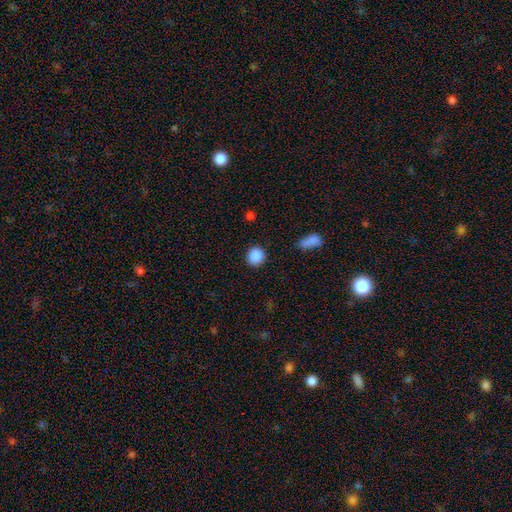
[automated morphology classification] Q: Smooth or featured?
A: smooth (88%); runner-up: star or artifact (8%)
Q: How rounded?
A: round (85%); runner-up: in between (14%)
Q: Merging?
A: none (88%); runner-up: minor disturbance (8%)